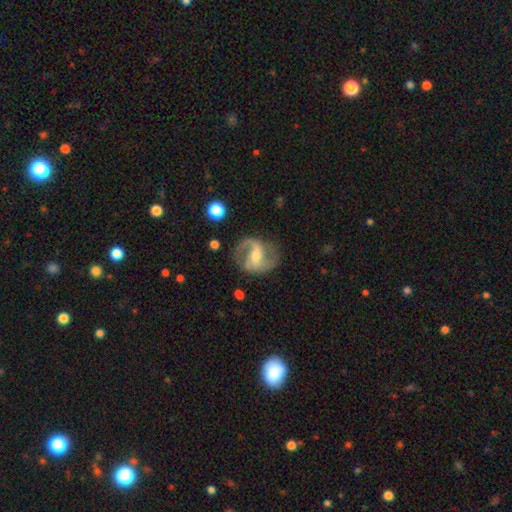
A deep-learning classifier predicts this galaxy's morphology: Smooth or featured? Predicted: featured or disk (p=0.86). Edge-on disk? Predicted: no (p=0.97). Bar? Predicted: weak (p=0.42). Spiral arms? Predicted: yes (p=0.95). Spiral winding? Predicted: medium (p=0.48). Spiral arm count? Predicted: 2 (p=0.88). Bulge size? Predicted: moderate (p=0.49). Merging? Predicted: none (p=0.74).